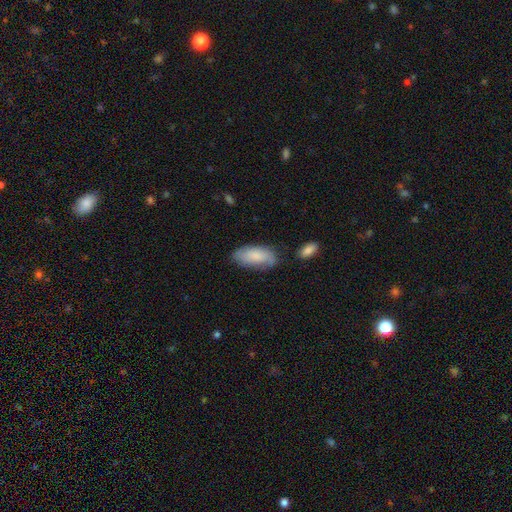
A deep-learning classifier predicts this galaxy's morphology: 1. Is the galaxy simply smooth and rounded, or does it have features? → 75% smooth, 19% featured or disk, 6% star or artifact.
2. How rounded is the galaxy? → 91% in between, 7% cigar-shaped, 2% round.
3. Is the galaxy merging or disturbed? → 65% none, 24% minor disturbance, 6% major disturbance, 4% merger.